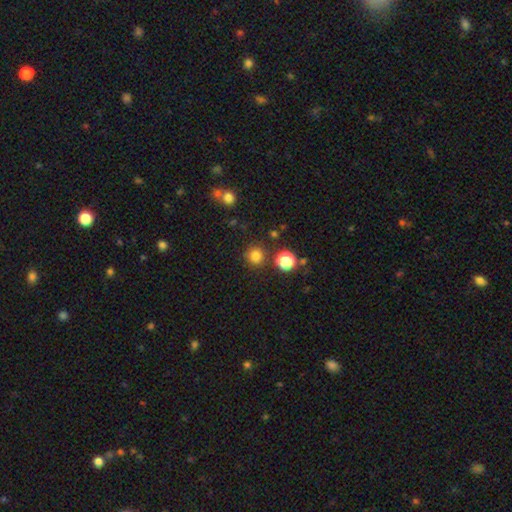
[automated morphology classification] Smooth or featured?
  - smooth: 80% *
  - star or artifact: 16%
  - featured or disk: 4%
How rounded?
  - round: 93% *
  - in between: 6%
  - cigar-shaped: 1%
Merging?
  - none: 86% *
  - minor disturbance: 7%
  - merger: 5%
  - major disturbance: 3%